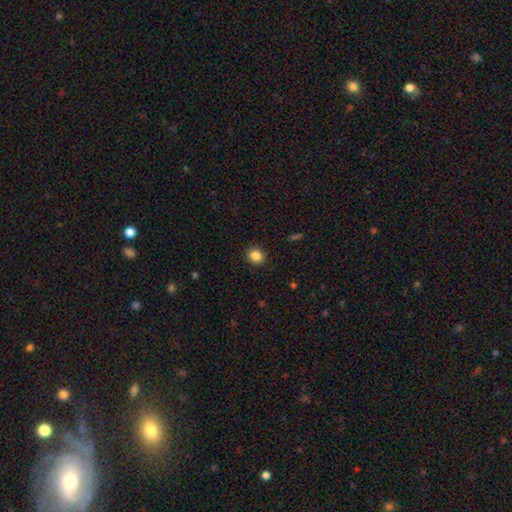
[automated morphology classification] smooth 86%, star or artifact 10%, featured or disk 4%. Down the decision tree: how rounded — round (76%); merging — none (91%).